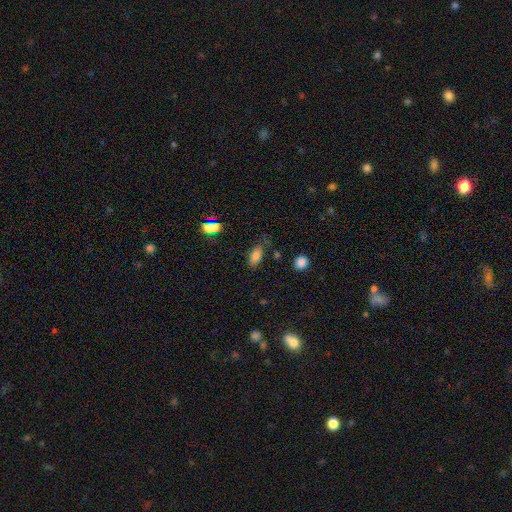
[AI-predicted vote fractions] smooth 78%, featured or disk 11%, star or artifact 11%. Down the decision tree: how rounded — in between (87%); merging — none (67%).